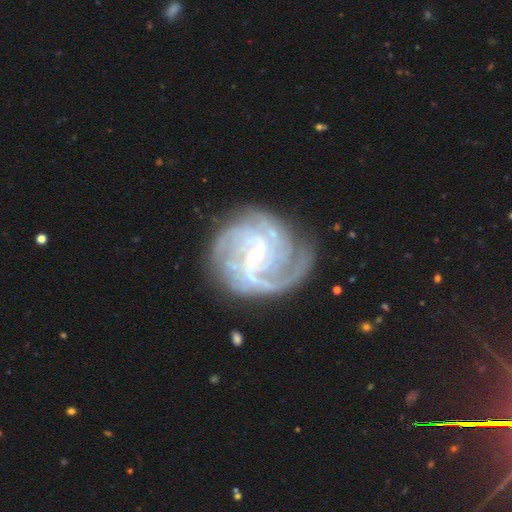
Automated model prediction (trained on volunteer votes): A featured or disk galaxy (91%) with a weak bar (47%), 2 (26%, tied with 3) tight (53%) spiral arms (98%) and a small central bulge (59%).

Vote fractions:
- Smooth or featured? featured or disk: 91% / star or artifact: 5% / smooth: 4%
- Edge-on disk? no: 98% / yes: 2%
- Bar? weak: 47% / no: 36% / strong: 18%
- Spiral arms? yes: 98% / no: 2%
- Spiral winding? tight: 53% / medium: 37% / loose: 10%
- Spiral arm count? 2: 26% (tied) / 3: 26% (tied) / can't tell: 19% / 4: 14% / more than 4: 8% / 1: 7%
- Bulge size? small: 59% / moderate: 38% / large: 1% / none: 1% / dominant: 1%
- Merging? none: 74% / minor disturbance: 16% / major disturbance: 8% / merger: 2%